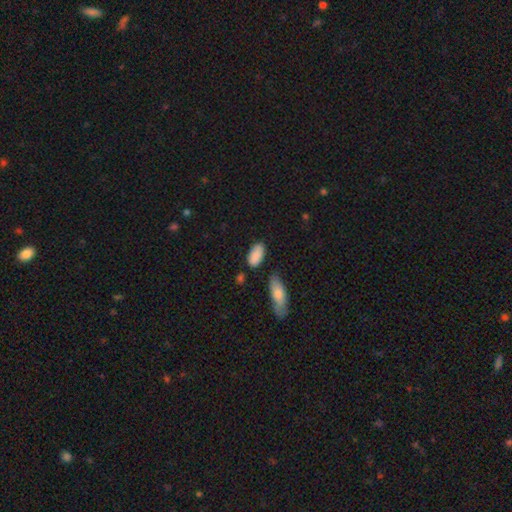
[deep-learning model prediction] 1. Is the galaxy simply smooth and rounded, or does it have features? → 88% smooth, 6% star or artifact, 5% featured or disk.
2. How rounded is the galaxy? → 92% in between, 5% cigar-shaped, 3% round.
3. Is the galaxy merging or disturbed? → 76% none, 15% minor disturbance, 5% merger, 4% major disturbance.